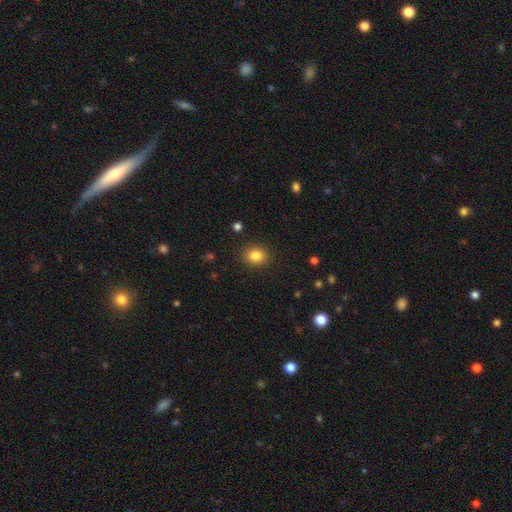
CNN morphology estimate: Smooth or featured: smooth — 84% (star or artifact — 11%)
How rounded: round — 62% (in between — 37%)
Merging: none — 88% (minor disturbance — 8%)